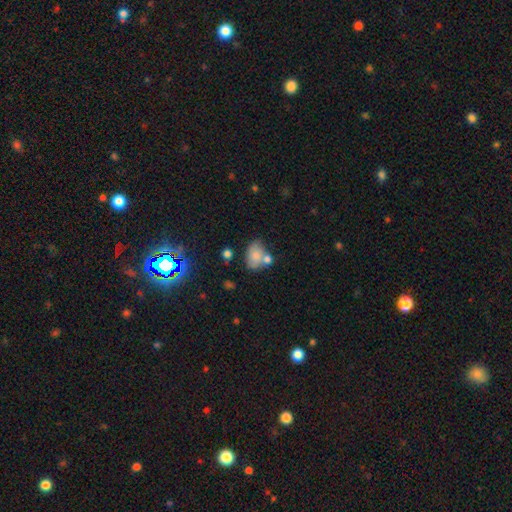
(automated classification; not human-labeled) A smooth galaxy with no disk features (72%) that is in between round and cigar-shaped (76%). Merging: none (45%).